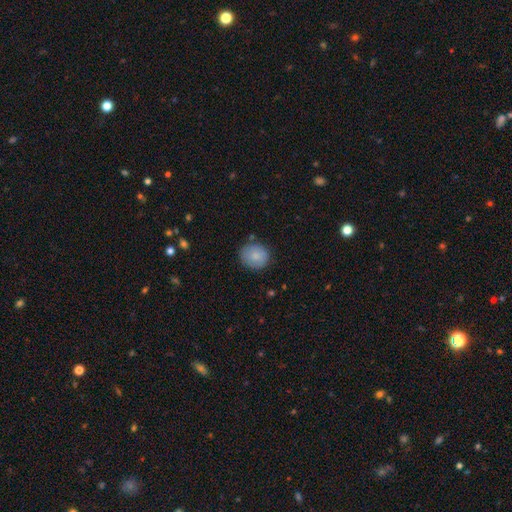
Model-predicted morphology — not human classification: type=smooth (84%); roundness=round (82%); merging=none (81%).